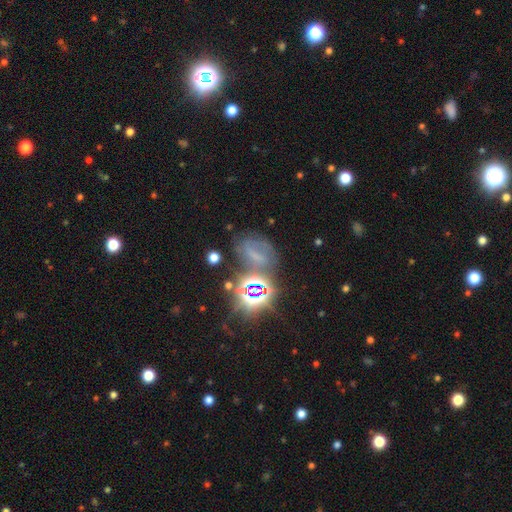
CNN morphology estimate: Smooth or featured?
  - star or artifact: 48% *
  - smooth: 27%
  - featured or disk: 25%